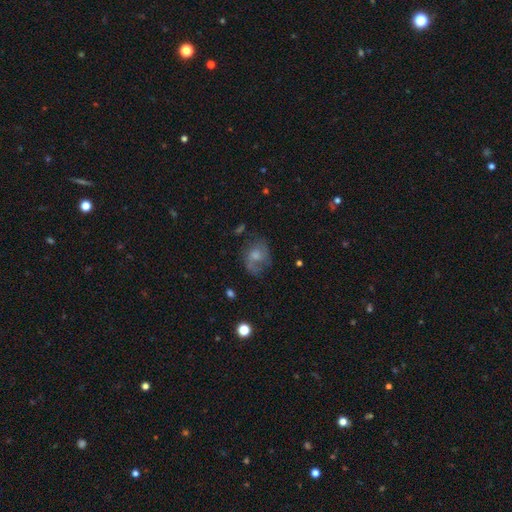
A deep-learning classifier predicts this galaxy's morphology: A featured or disk galaxy (51%). Merging: none (52%).